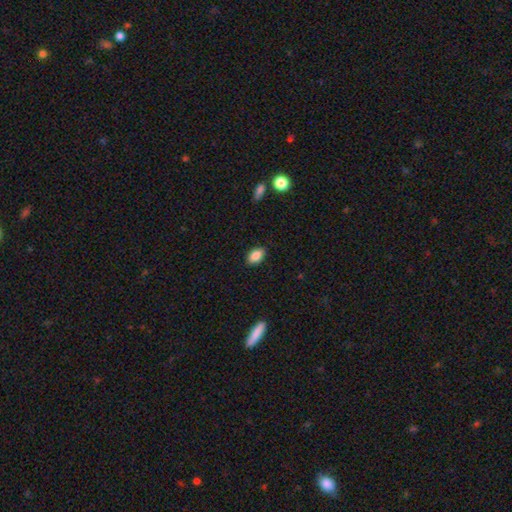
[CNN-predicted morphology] Smooth or featured?
  - smooth: 86% *
  - star or artifact: 8%
  - featured or disk: 6%
How rounded?
  - in between: 90% *
  - round: 8%
  - cigar-shaped: 2%
Merging?
  - none: 88% *
  - minor disturbance: 9%
  - major disturbance: 2%
  - merger: 1%